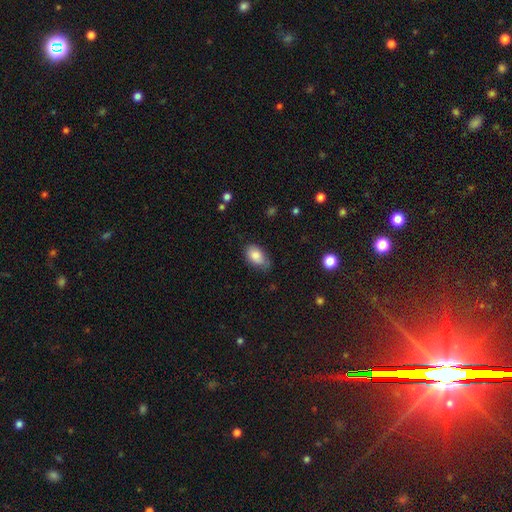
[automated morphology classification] Q: Smooth or featured?
A: smooth (83%); runner-up: featured or disk (10%)
Q: How rounded?
A: in between (91%); runner-up: round (7%)
Q: Merging?
A: none (59%); runner-up: minor disturbance (31%)